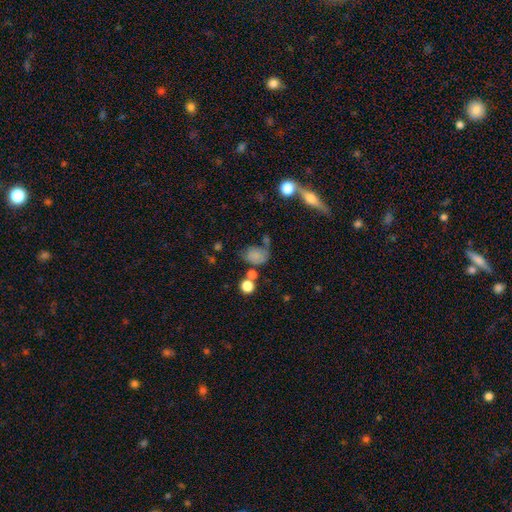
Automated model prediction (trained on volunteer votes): Smooth or featured: smooth — 71% (star or artifact — 15%)
How rounded: in between — 56% (round — 42%)
Merging: none — 42% (minor disturbance — 25%)